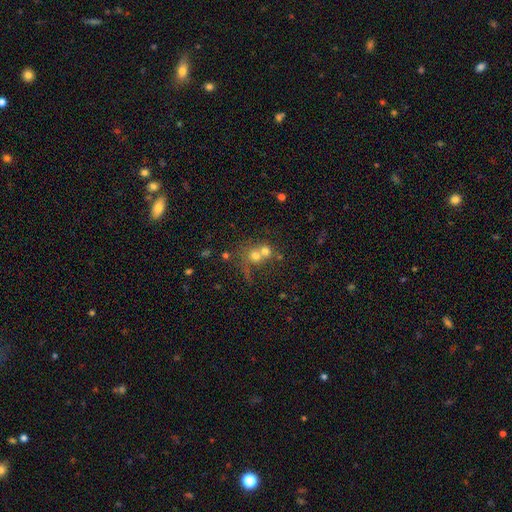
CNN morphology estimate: The model was most divided on "merging": merger: 59%, none: 29%, minor disturbance: 6%, major disturbance: 6%. More confident: how rounded — round (81%); smooth or featured — smooth (62%).